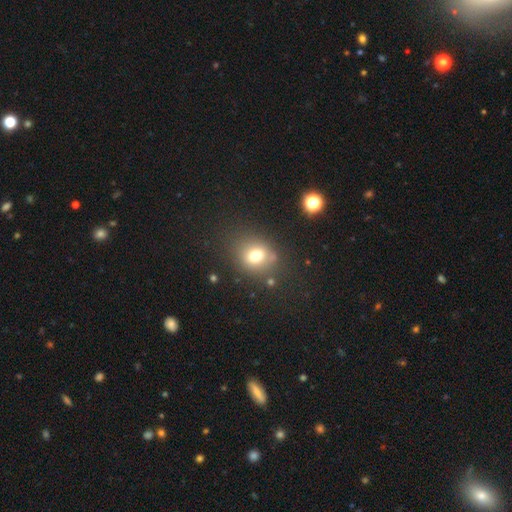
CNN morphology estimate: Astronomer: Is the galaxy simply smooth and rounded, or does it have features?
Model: smooth — 74%.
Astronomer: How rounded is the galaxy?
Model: round — 66%.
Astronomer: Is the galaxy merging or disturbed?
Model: none — 74%.